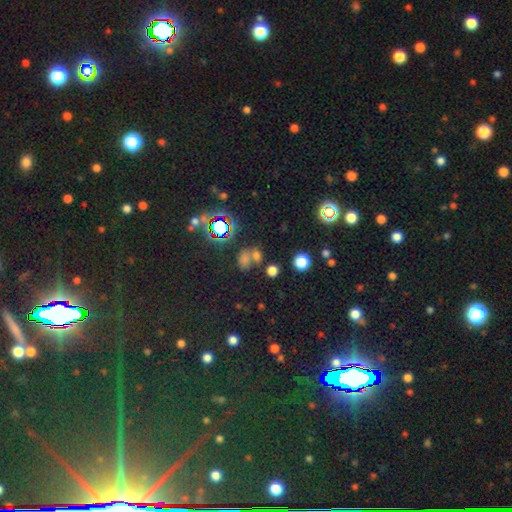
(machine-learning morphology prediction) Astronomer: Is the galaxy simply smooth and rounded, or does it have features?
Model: smooth — 56% (runner-up: star or artifact, 34%).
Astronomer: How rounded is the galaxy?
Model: in between — 52% (runner-up: round, 45%).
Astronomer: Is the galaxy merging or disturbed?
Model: none — 46% (runner-up: merger, 38%).